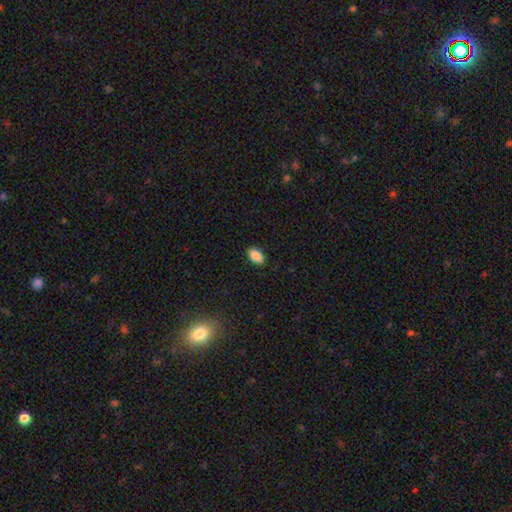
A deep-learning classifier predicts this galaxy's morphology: smooth-or-featured: smooth: 86% | star or artifact: 8% | featured or disk: 6%
  how-rounded: in between: 92% | round: 5% | cigar-shaped: 3%
  merging: none: 89% | minor disturbance: 8% | major disturbance: 2% | merger: 1%